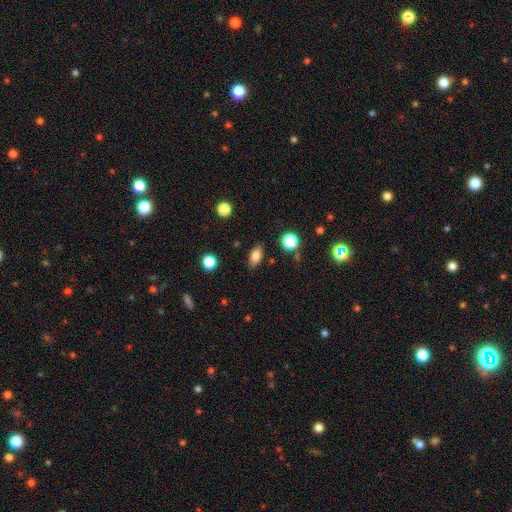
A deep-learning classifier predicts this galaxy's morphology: This is clearly a smooth galaxy (80%). How rounded: clearly in between (85%). Merging: clearly none (85%).